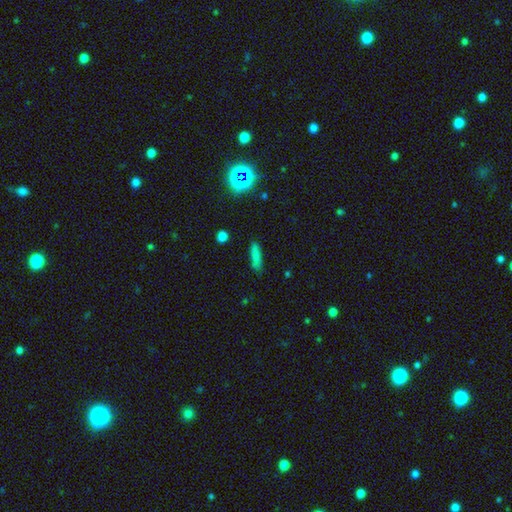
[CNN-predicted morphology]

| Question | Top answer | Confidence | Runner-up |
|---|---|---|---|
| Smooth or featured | smooth | 80% | star or artifact (11%) |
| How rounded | cigar-shaped | 75% | in between (23%) |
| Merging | none | 82% | minor disturbance (13%) |